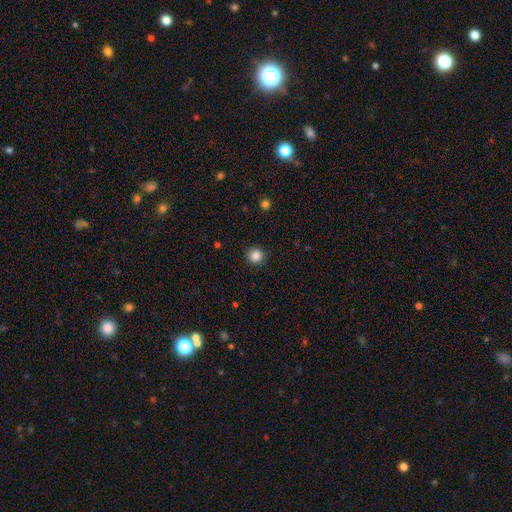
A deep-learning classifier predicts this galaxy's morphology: This appears to be a smooth galaxy with no disk features (85%) that is round (95%). Merging: none (92%).